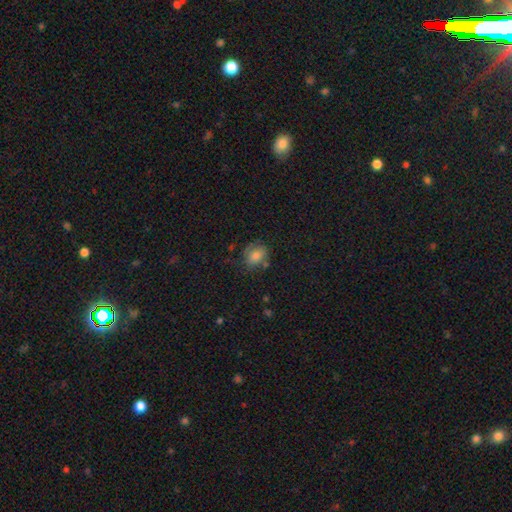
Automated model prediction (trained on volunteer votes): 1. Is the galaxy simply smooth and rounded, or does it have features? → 71% smooth, 17% featured or disk, 12% star or artifact.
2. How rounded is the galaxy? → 58% in between, 41% round, 1% cigar-shaped.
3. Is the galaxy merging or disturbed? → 60% none, 24% minor disturbance, 9% major disturbance, 7% merger.